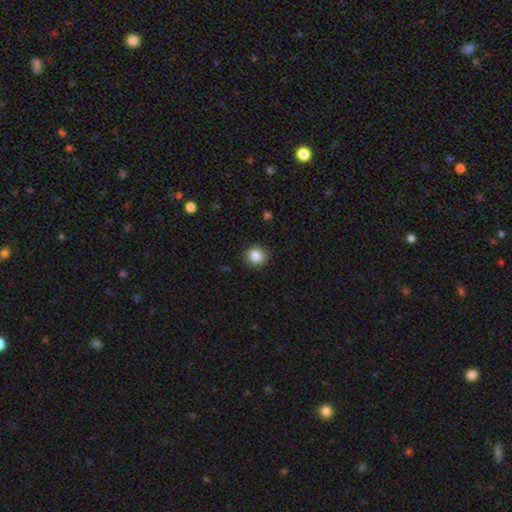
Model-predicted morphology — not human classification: Q: Smooth or featured?
A: smooth (86%); runner-up: star or artifact (9%)
Q: How rounded?
A: round (92%); runner-up: in between (7%)
Q: Merging?
A: none (90%); runner-up: minor disturbance (7%)